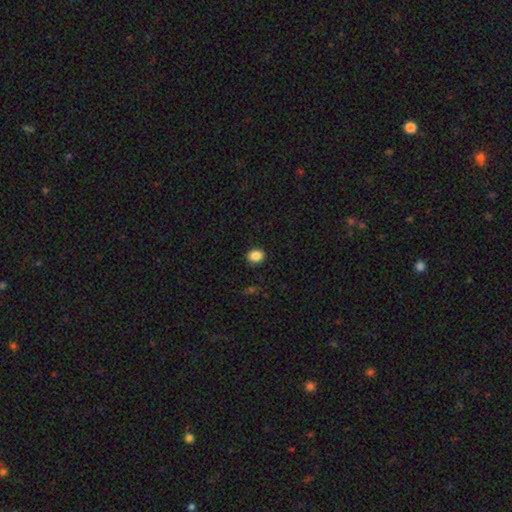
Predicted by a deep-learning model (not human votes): Q: Smooth or featured?
A: smooth (87%); runner-up: star or artifact (9%)
Q: How rounded?
A: round (61%); runner-up: in between (38%)
Q: Merging?
A: none (90%); runner-up: minor disturbance (7%)